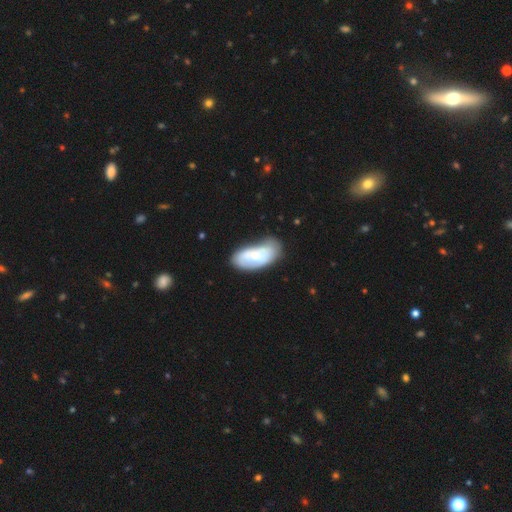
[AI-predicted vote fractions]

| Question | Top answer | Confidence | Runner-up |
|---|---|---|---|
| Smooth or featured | smooth | 52% | featured or disk (42%) |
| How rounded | in between | 91% | cigar-shaped (6%) |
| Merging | none | 52% | minor disturbance (30%) |